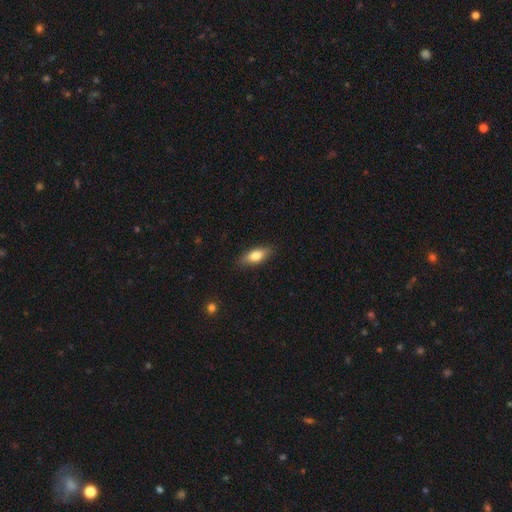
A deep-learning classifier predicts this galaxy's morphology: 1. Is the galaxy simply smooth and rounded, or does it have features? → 74% smooth, 20% featured or disk, 7% star or artifact.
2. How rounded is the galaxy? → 74% in between, 23% cigar-shaped, 3% round.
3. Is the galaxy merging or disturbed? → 86% none, 11% minor disturbance, 2% major disturbance, 1% merger.